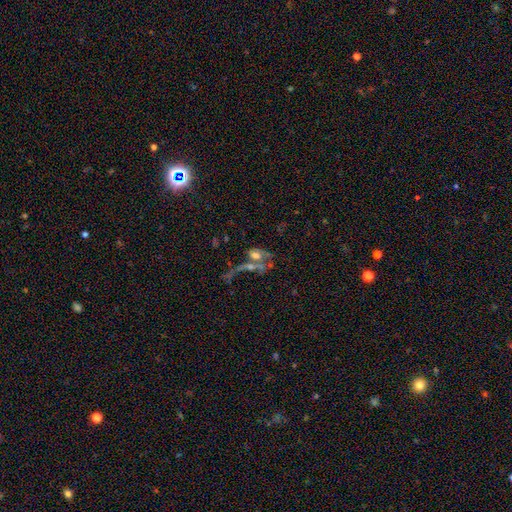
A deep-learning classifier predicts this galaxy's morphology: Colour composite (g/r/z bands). It shows a featured or disk galaxy (47%). Merging: merger (54%).